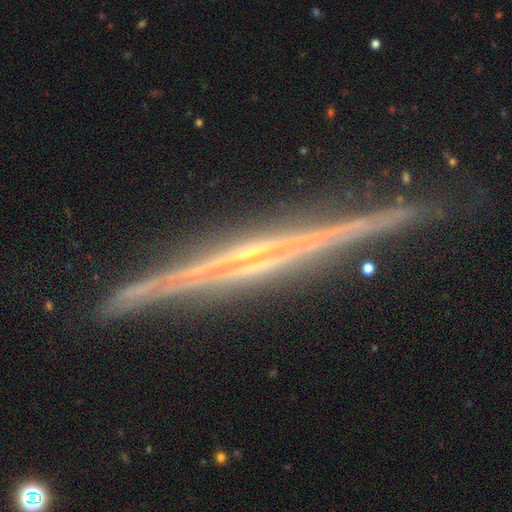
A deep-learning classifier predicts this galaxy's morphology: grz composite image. It shows a featured or disk galaxy (88%) viewed edge-on (98%) with a rounded central bulge (52%). Merging: none (90%).